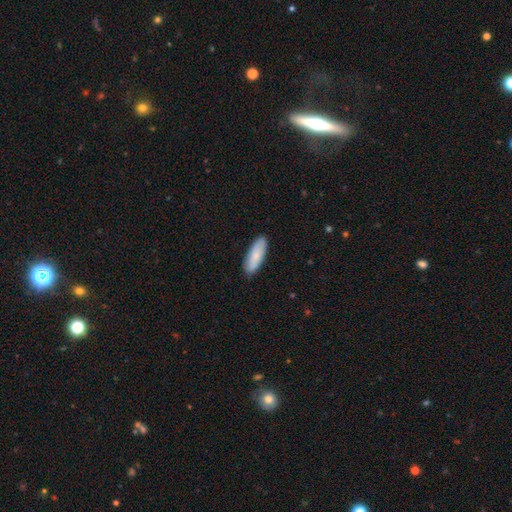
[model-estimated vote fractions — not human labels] The model was most divided on "how rounded": in between: 64%, cigar-shaped: 34%, round: 2%. More confident: merging — none (88%); smooth or featured — smooth (81%).